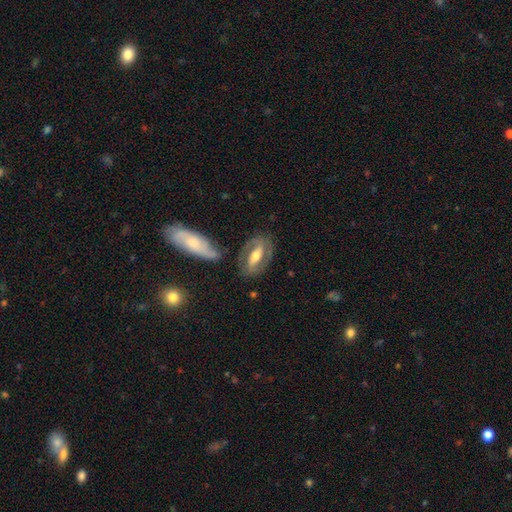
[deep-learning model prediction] featured or disk 72%, smooth 22%, star or artifact 6%. Down the decision tree: edge-on disk — no (85%); bar — strong (56%); spiral arms — yes (76%); bulge size — moderate (66%); merging — none (70%).